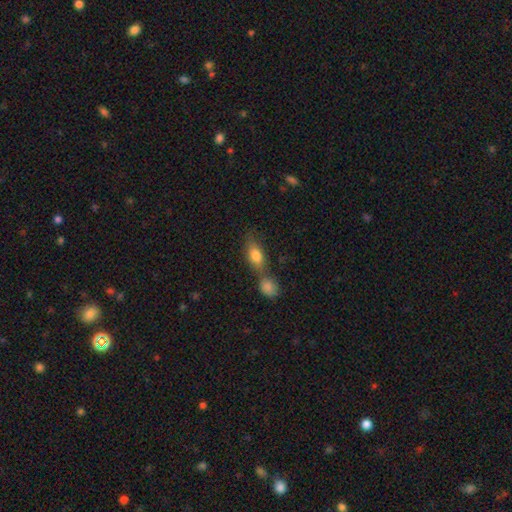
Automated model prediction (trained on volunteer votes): Q: Smooth or featured?
A: smooth (78%); runner-up: featured or disk (14%)
Q: How rounded?
A: in between (78%); runner-up: cigar-shaped (13%)
Q: Merging?
A: merger (45%); runner-up: none (38%)